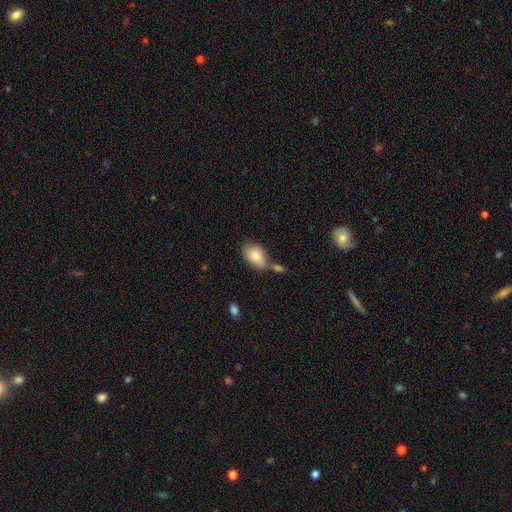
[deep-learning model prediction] The model was most divided on "merging": none: 49%, merger: 22%, minor disturbance: 22%, major disturbance: 7%. More confident: how rounded — in between (88%); smooth or featured — smooth (83%).